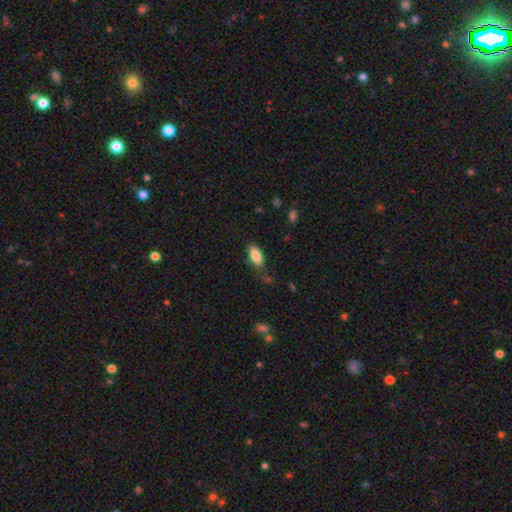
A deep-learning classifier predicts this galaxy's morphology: This appears to be a smooth galaxy with no disk features (84%) that is in between round and cigar-shaped (88%). Merging: none (72%).